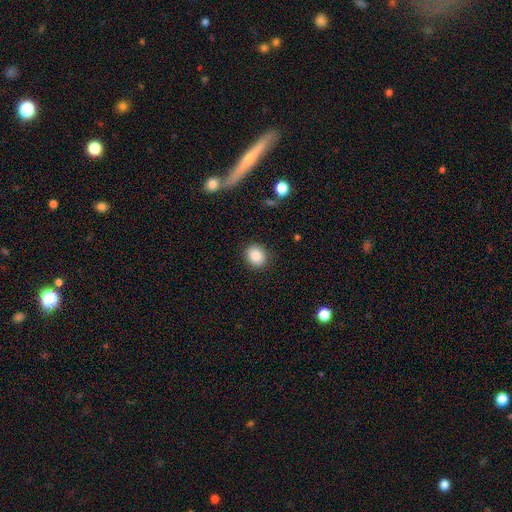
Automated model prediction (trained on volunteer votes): smooth 84%, star or artifact 9%, featured or disk 7%. Down the decision tree: how rounded — round (71%); merging — none (89%).